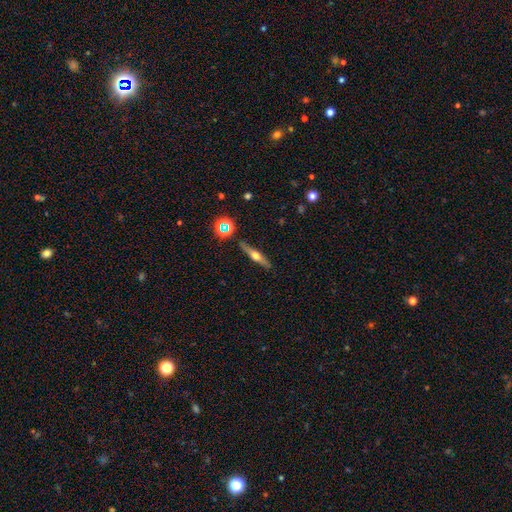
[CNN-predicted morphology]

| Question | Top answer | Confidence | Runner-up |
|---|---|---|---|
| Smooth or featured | featured or disk | 59% | smooth (32%) |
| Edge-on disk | yes | 94% | no (6%) |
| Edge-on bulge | rounded | 93% | none (4%) |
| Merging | none | 87% | minor disturbance (9%) |